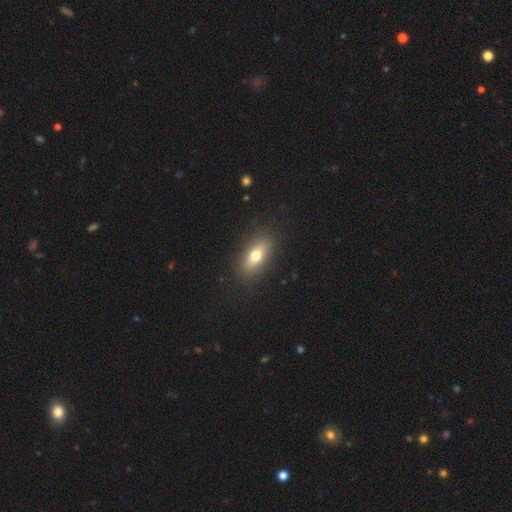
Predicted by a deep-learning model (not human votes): smooth_or_featured: smooth (p=0.71) [alt: featured or disk p=0.20]
how_rounded: in between (p=0.77) [alt: cigar-shaped p=0.17]
merging: none (p=0.88) [alt: minor disturbance p=0.09]